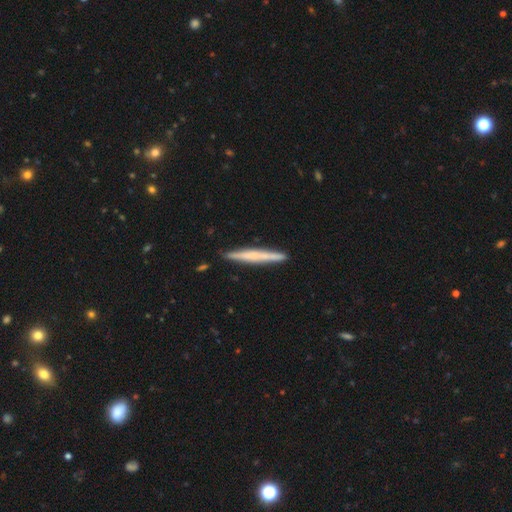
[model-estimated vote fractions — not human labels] featured or disk 50%, smooth 45%, star or artifact 6%. Down the decision tree: merging — none (89%).